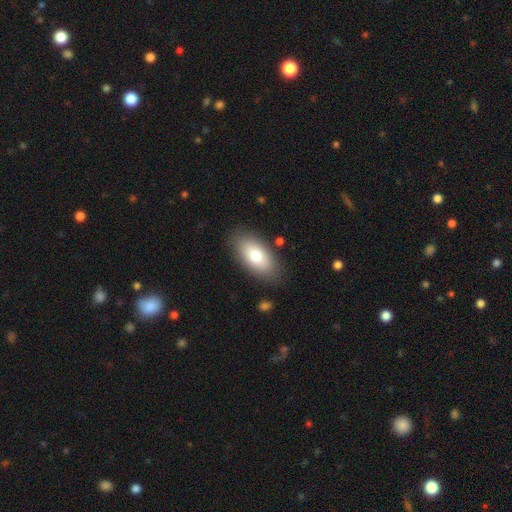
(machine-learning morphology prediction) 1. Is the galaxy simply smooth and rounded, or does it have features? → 75% smooth, 18% featured or disk, 7% star or artifact.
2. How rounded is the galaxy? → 92% in between, 4% cigar-shaped, 3% round.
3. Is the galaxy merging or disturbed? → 85% none, 10% minor disturbance, 3% major disturbance, 2% merger.